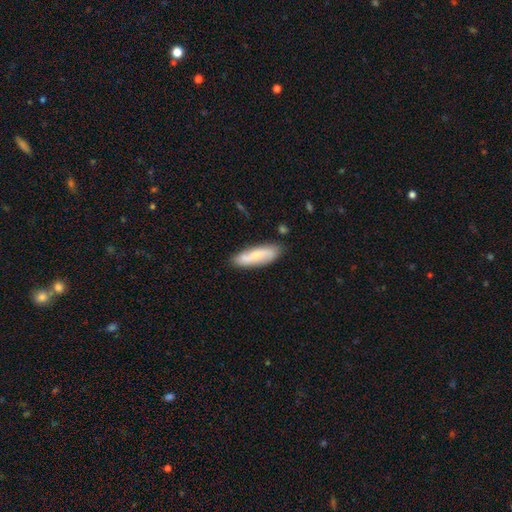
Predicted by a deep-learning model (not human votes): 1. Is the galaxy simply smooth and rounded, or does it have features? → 51% smooth, 42% featured or disk, 6% star or artifact.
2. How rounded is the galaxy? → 51% cigar-shaped, 47% in between, 2% round.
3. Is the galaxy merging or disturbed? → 80% none, 14% minor disturbance, 3% merger, 3% major disturbance.